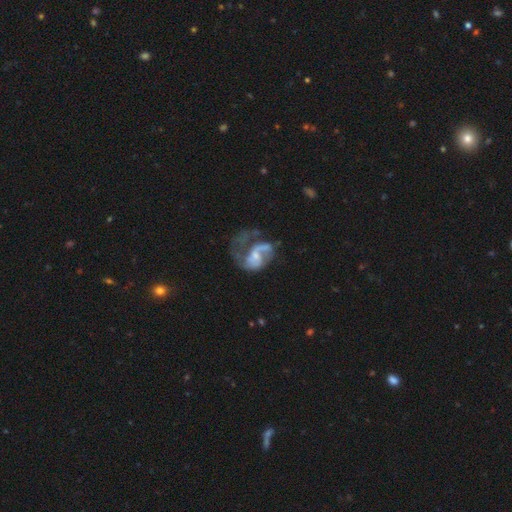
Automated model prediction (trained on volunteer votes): This is likely a featured or disk galaxy (76%). It is clearly not viewed edge-on (98%). Bar: possibly no (59%). Spiral arm pattern: clearly yes (83%). Spiral arm count: possibly 2 (53%). Spiral winding: possibly loose (45%). Central bulge: marginally small (44%). Merging: possibly major disturbance (50%).